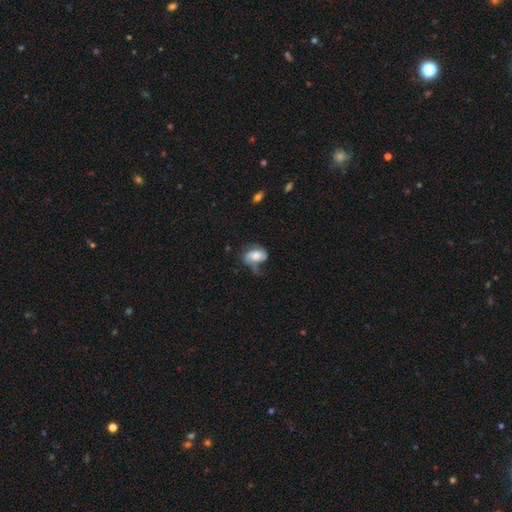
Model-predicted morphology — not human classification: type=featured or disk (47%); merging=major disturbance (38%).